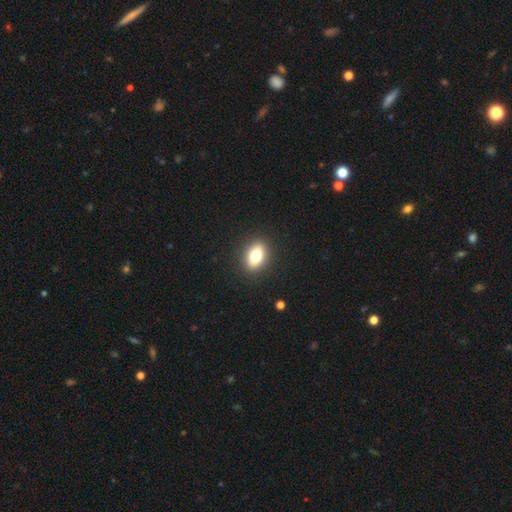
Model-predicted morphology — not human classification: This appears to be a smooth galaxy with no disk features (74%) that is in between round and cigar-shaped (80%). Merging: none (89%).